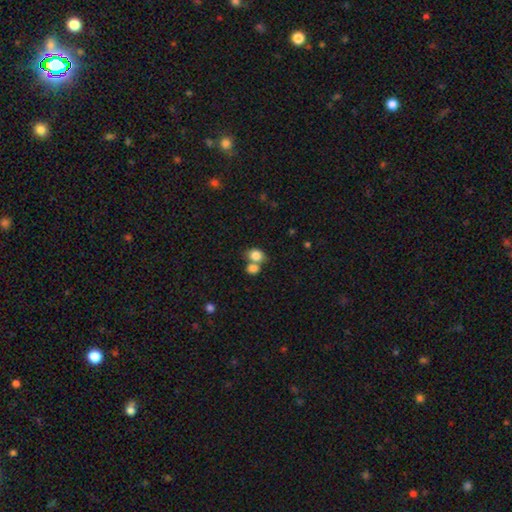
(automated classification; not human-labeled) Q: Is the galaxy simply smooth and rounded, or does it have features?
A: smooth — 82%.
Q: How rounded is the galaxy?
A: in between — 54%.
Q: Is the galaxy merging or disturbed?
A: merger — 52%.